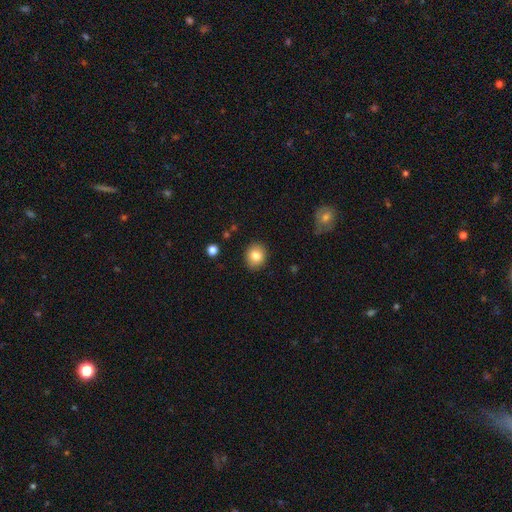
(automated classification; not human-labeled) Q: Smooth or featured?
A: smooth (82%); runner-up: star or artifact (9%)
Q: How rounded?
A: round (75%); runner-up: in between (24%)
Q: Merging?
A: none (89%); runner-up: minor disturbance (7%)